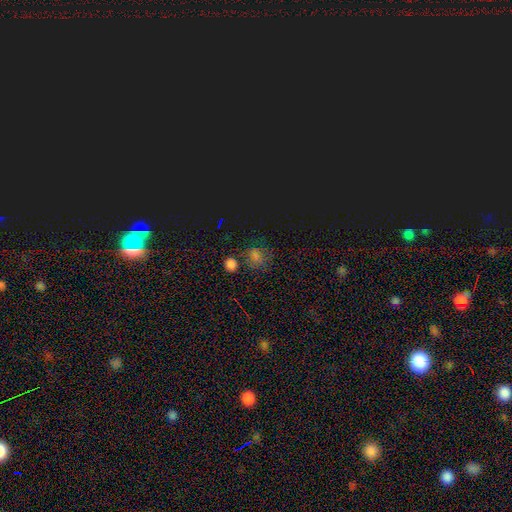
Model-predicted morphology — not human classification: smooth 49%, star or artifact 42%, featured or disk 9%. Down the decision tree: merging — none (64%).